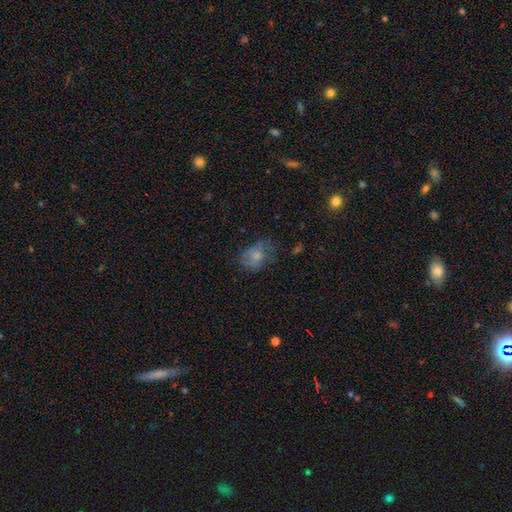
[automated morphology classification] smooth_or_featured: smooth (p=0.62) [alt: featured or disk p=0.26]
how_rounded: in between (p=0.58) [alt: round p=0.41]
merging: none (p=0.46) [alt: minor disturbance p=0.28]